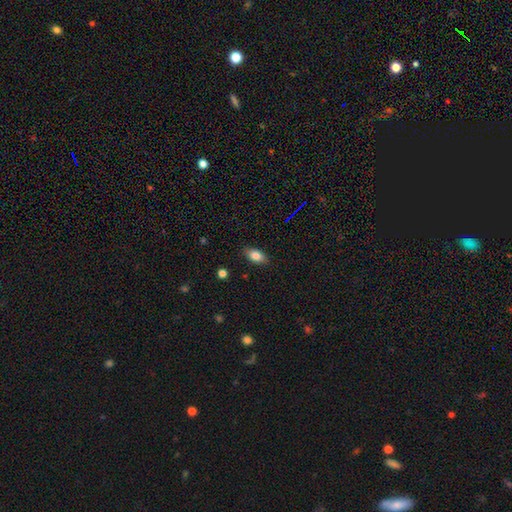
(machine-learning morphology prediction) smooth-or-featured: smooth: 81% | featured or disk: 10% | star or artifact: 8%
  how-rounded: in between: 88% | cigar-shaped: 7% | round: 5%
  merging: none: 86% | minor disturbance: 10% | major disturbance: 2% | merger: 1%